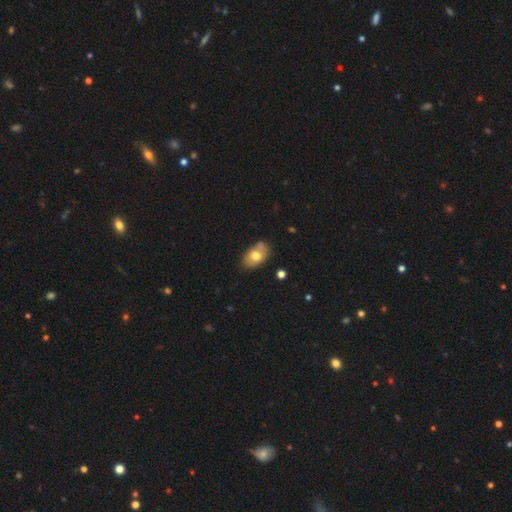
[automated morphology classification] A smooth galaxy with no disk features (71%) that is in between round and cigar-shaped (90%).

Vote fractions:
- Smooth or featured? smooth: 71% / featured or disk: 21% / star or artifact: 7%
- How rounded? in between: 90% / round: 9% / cigar-shaped: 1%
- Merging? none: 66% / minor disturbance: 21% / merger: 9% / major disturbance: 4%